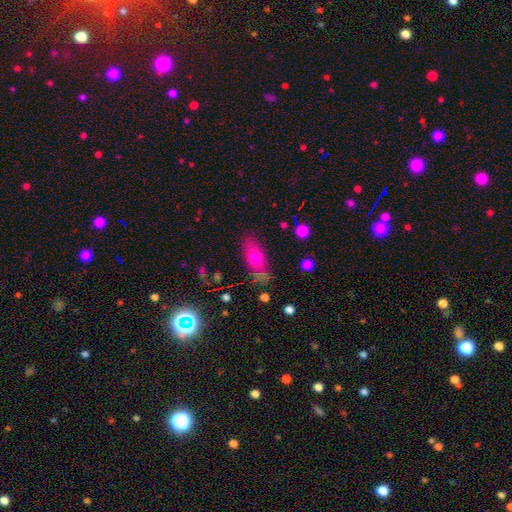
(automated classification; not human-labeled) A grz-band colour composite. It shows a smooth galaxy with no disk features (68%) that is in between round and cigar-shaped (74%). Merging: none (73%).